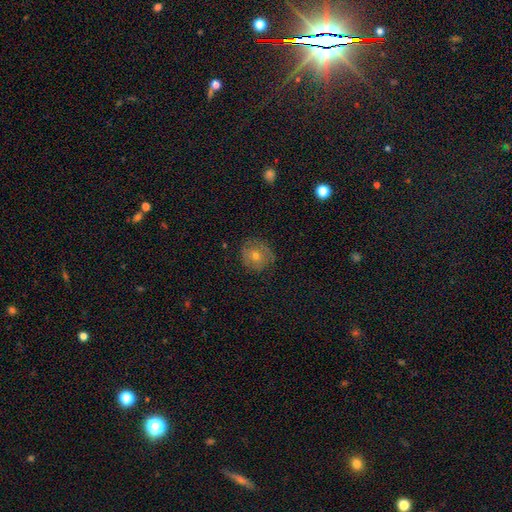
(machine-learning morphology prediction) smooth 44% (tied), featured or disk 44% (tied), star or artifact 12%. Down the decision tree: merging — none (77%).